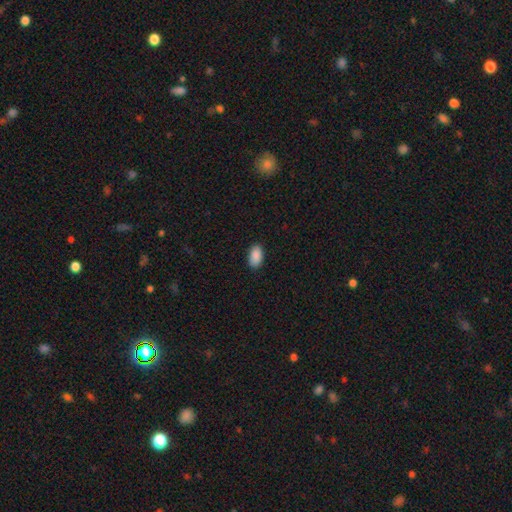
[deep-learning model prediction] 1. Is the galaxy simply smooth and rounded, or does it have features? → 90% smooth, 7% star or artifact, 3% featured or disk.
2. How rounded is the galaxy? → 94% in between, 5% round, 2% cigar-shaped.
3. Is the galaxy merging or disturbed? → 89% none, 8% minor disturbance, 2% major disturbance, 1% merger.